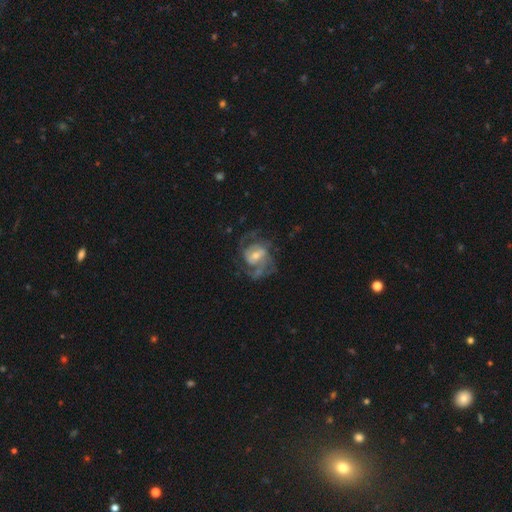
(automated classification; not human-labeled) Q: Smooth or featured?
A: featured or disk (84%); runner-up: smooth (10%)
Q: Edge-on disk?
A: no (98%); runner-up: yes (2%)
Q: Bar?
A: weak (51%); runner-up: no (30%)
Q: Spiral arms?
A: yes (93%); runner-up: no (7%)
Q: Spiral winding?
A: medium (50%); runner-up: tight (30%)
Q: Spiral arm count?
A: 2 (44%); runner-up: 3 (22%)
Q: Bulge size?
A: moderate (51%); runner-up: small (40%)
Q: Merging?
A: none (59%); runner-up: major disturbance (21%)